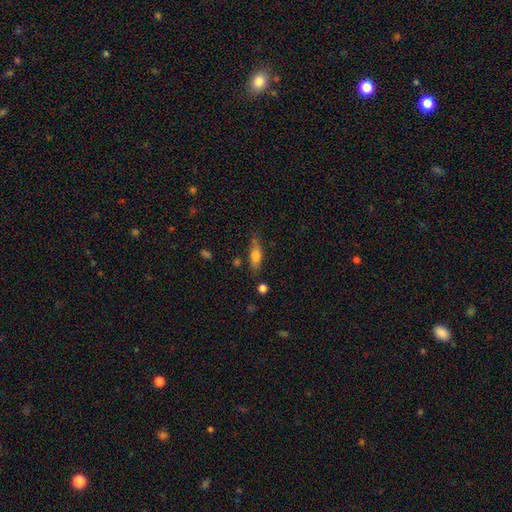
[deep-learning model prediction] smooth 69%, featured or disk 23%, star or artifact 8%. Down the decision tree: how rounded — in between (55%); merging — none (70%).